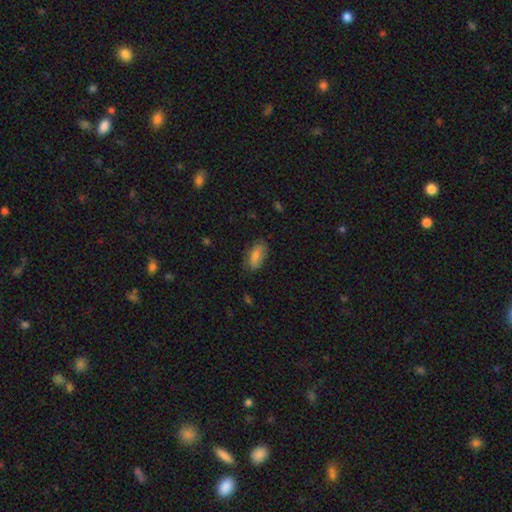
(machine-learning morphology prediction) smooth-or-featured: smooth: 76% | featured or disk: 17% | star or artifact: 7%
  how-rounded: in between: 88% | cigar-shaped: 9% | round: 3%
  merging: none: 77% | minor disturbance: 17% | major disturbance: 4% | merger: 1%